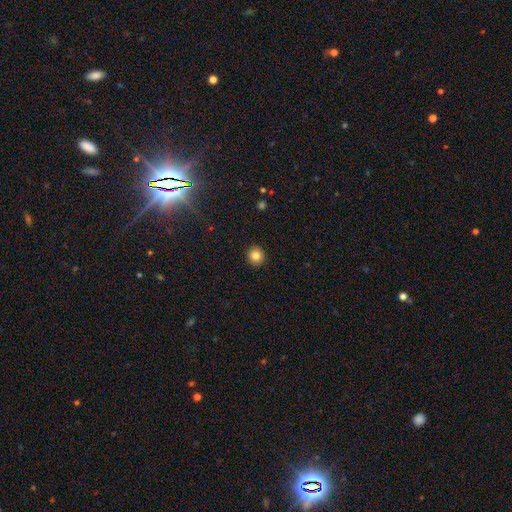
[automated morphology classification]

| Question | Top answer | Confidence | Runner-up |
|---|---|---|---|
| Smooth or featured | smooth | 82% | star or artifact (11%) |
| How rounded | round | 94% | in between (5%) |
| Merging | none | 93% | minor disturbance (4%) |